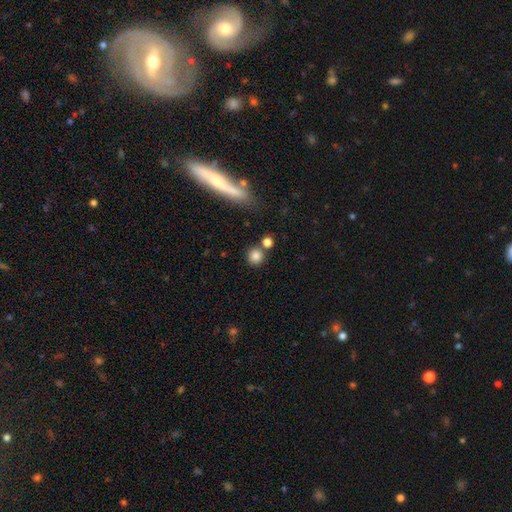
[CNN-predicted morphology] Smooth or featured? smooth (82%)
How rounded? round (89%)
Merging? none (74%)